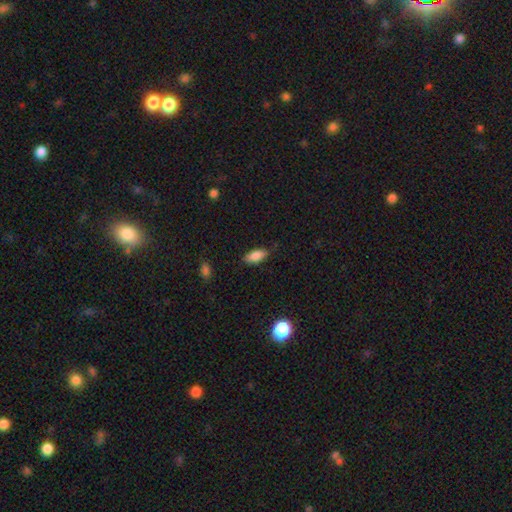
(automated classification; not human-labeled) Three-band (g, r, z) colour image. It shows a smooth galaxy with no disk features (85%) that is in between round and cigar-shaped (84%). Merging: none (80%).